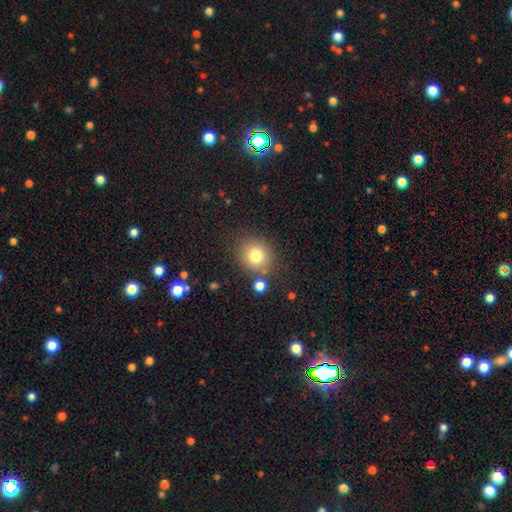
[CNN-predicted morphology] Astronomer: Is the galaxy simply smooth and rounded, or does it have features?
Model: smooth — 78%.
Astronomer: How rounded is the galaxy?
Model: round — 84%.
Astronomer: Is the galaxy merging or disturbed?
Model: none — 78%.